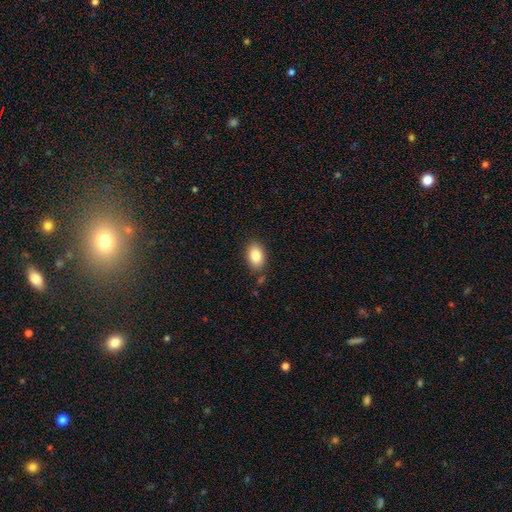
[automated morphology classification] Smooth or featured: smooth — 84% (featured or disk — 8%)
How rounded: in between — 87% (round — 12%)
Merging: none — 82% (minor disturbance — 12%)